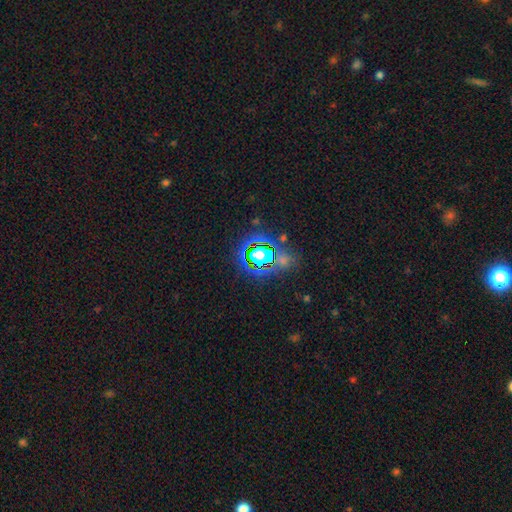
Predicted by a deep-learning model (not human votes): A star or artifact, not a galaxy (73%).

Vote fractions:
- Smooth or featured? star or artifact: 73% / smooth: 17% / featured or disk: 9%